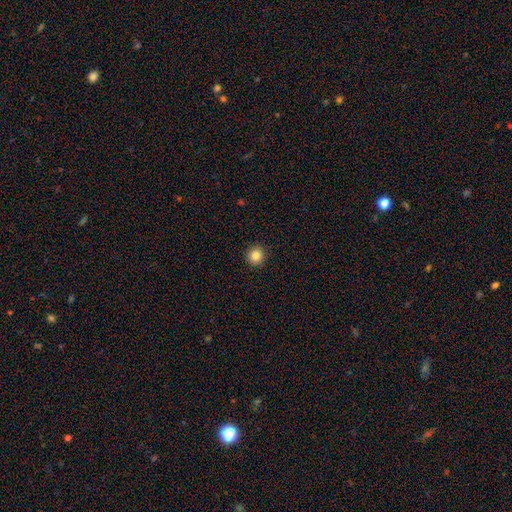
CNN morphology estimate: A smooth galaxy with no disk features (85%) that is round (94%). Merging: none (93%).